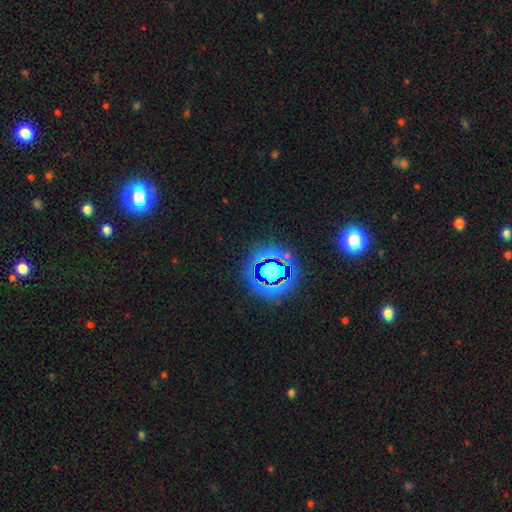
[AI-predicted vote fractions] Overall: star or artifact (79%).